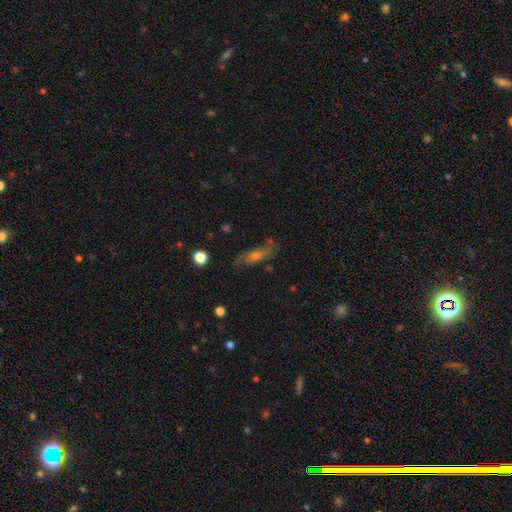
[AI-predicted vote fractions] smooth-or-featured: featured or disk: 58% | smooth: 29% | star or artifact: 13%
  disk-edge-on: no: 69% | yes: 31%
  merging: none: 67% | minor disturbance: 20% | major disturbance: 10% | merger: 4%